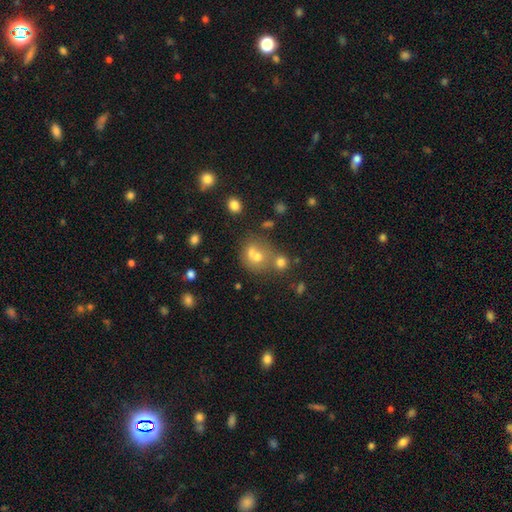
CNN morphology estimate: Smooth or featured: smooth — 59% (star or artifact — 21%)
How rounded: round — 72% (in between — 26%)
Merging: merger — 48% (none — 39%)